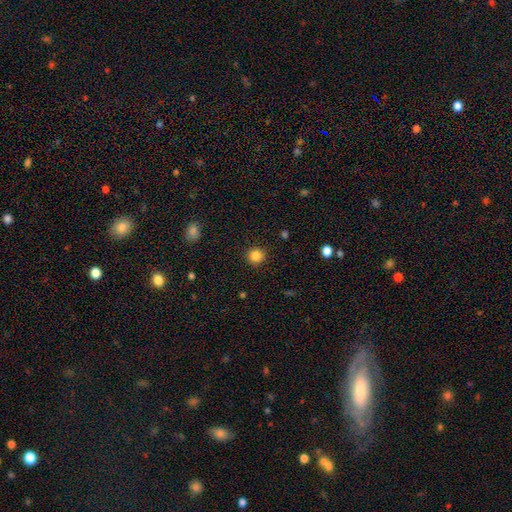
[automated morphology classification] type=smooth (84%); roundness=round (93%); merging=none (91%).